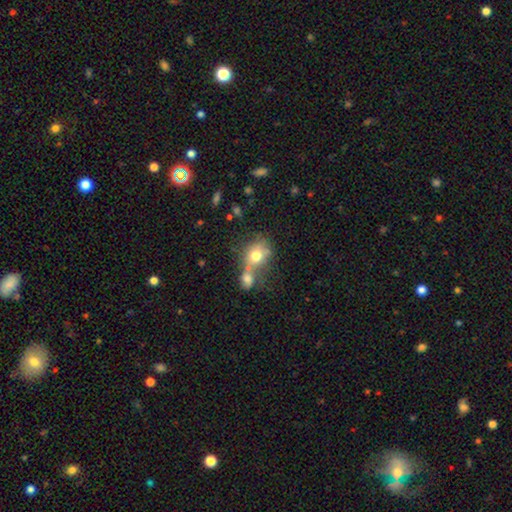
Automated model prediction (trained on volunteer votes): This appears to be a smooth galaxy with no disk features (73%) that is round (61%). Merging: merger (51%).